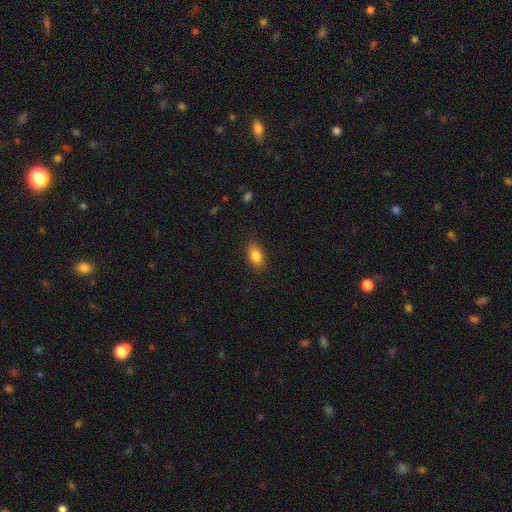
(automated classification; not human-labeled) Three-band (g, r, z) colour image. It shows a smooth galaxy with no disk features (84%) that is in between round and cigar-shaped (87%). Merging: none (84%).